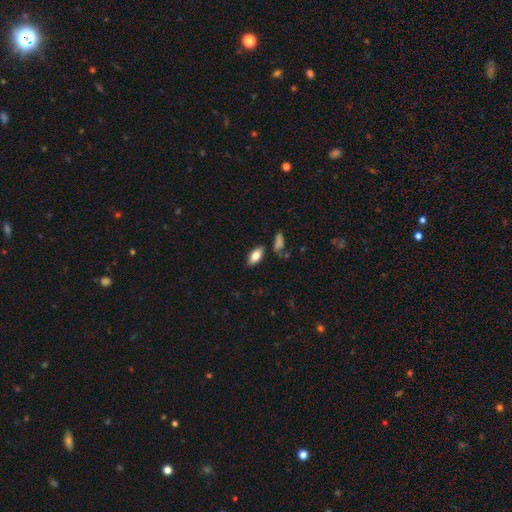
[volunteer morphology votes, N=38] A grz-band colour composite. It shows a smooth galaxy with no disk features (87%) that is in between round and cigar-shaped (88%). Merging: none (89%).